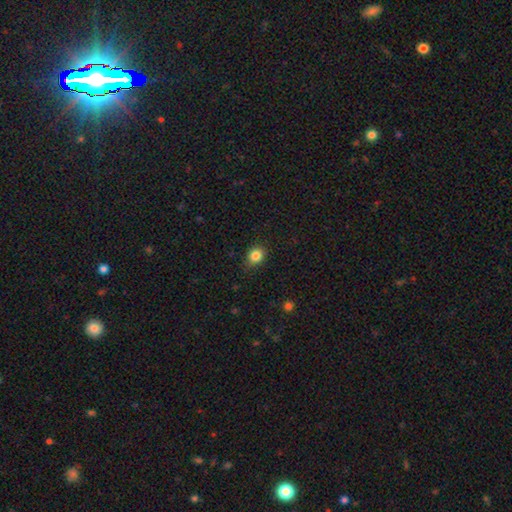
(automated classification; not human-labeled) The model was most divided on "how rounded": round: 71%, in between: 28%, cigar-shaped: 1%. More confident: smooth or featured — smooth (84%); merging — none (82%).